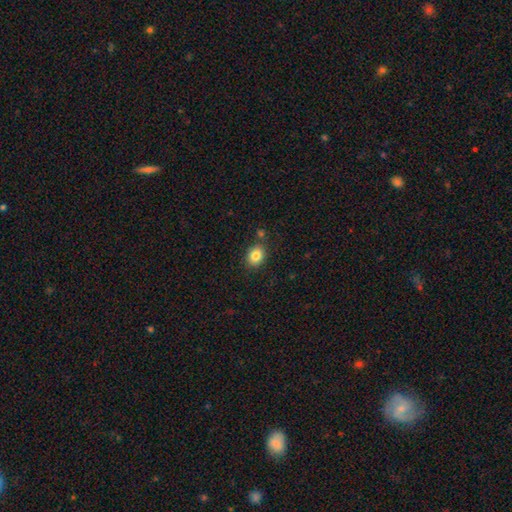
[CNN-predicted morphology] smooth-or-featured: smooth: 84% | star or artifact: 9% | featured or disk: 7%
  how-rounded: in between: 53% | round: 47% | cigar-shaped: 1%
  merging: none: 81% | minor disturbance: 11% | merger: 6% | major disturbance: 3%